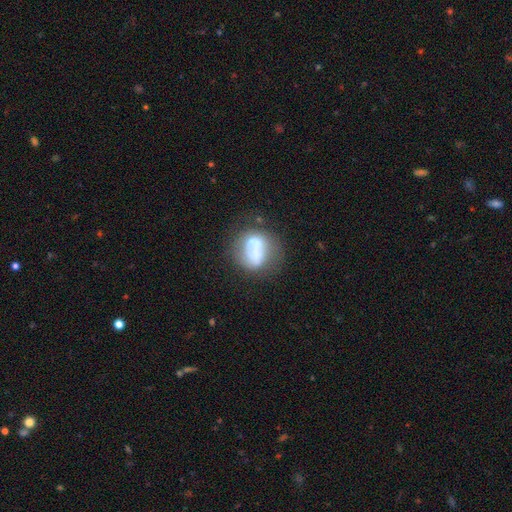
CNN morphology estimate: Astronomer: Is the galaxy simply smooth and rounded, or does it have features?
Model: smooth — 50% (runner-up: featured or disk, 40%).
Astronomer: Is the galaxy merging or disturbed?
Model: none — 39% (runner-up: minor disturbance, 23%).